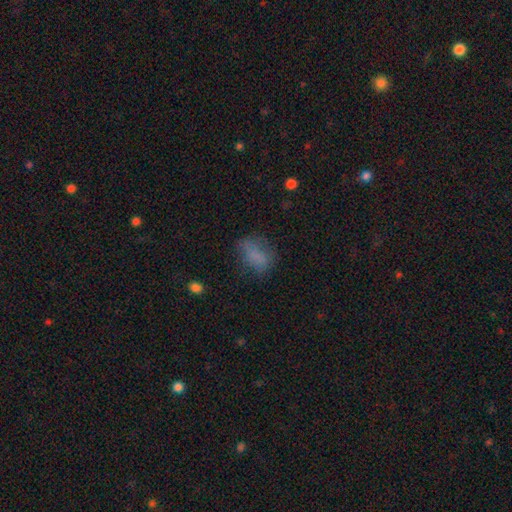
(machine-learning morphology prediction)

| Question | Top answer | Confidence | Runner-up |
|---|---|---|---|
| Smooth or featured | smooth | 73% | featured or disk (14%) |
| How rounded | in between | 80% | round (17%) |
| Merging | none | 57% | minor disturbance (25%) |